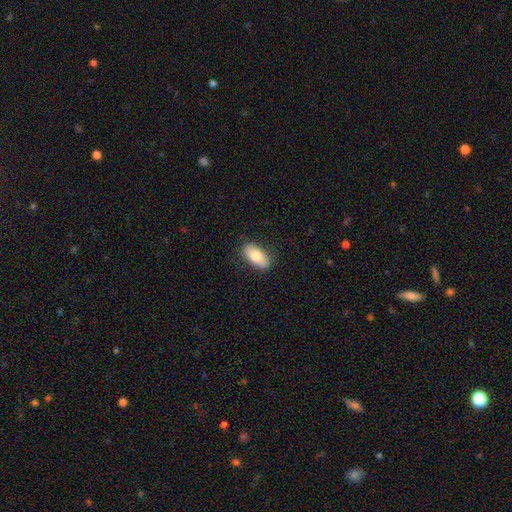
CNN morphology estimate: Q: Smooth or featured?
A: smooth (75%); runner-up: featured or disk (18%)
Q: How rounded?
A: in between (90%); runner-up: cigar-shaped (6%)
Q: Merging?
A: none (84%); runner-up: minor disturbance (13%)